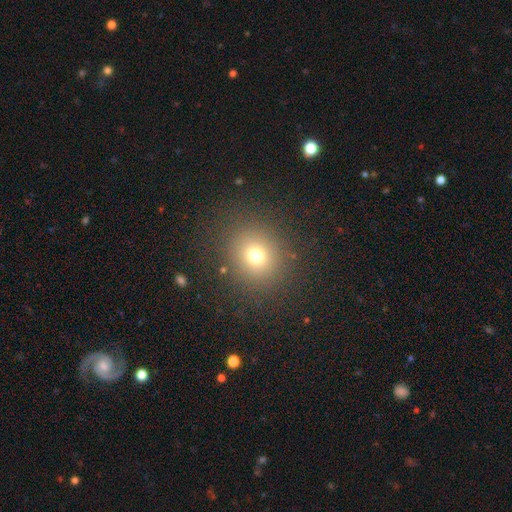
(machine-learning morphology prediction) Smooth or featured? smooth (72%)
How rounded? round (84%)
Merging? none (87%)